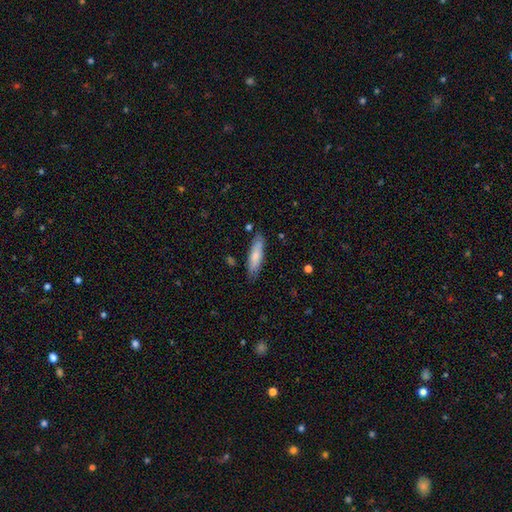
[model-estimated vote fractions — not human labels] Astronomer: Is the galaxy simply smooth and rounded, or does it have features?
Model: smooth — 74%.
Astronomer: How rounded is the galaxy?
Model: cigar-shaped — 63%.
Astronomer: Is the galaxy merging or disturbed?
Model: none — 80%.